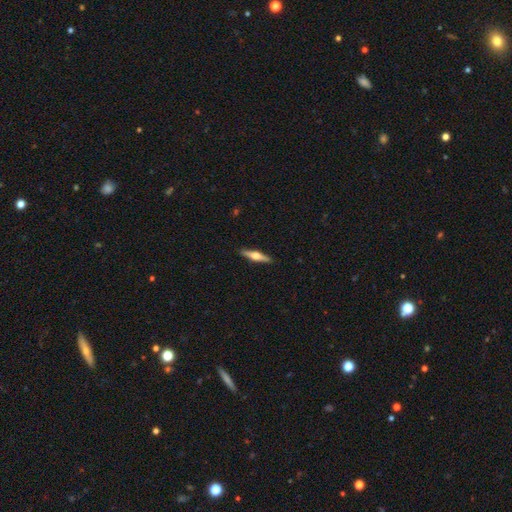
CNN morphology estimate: Smooth or featured?
  - featured or disk: 65% *
  - smooth: 29%
  - star or artifact: 5%
Edge-on disk?
  - yes: 97% *
  - no: 3%
Edge-on bulge?
  - rounded: 94% *
  - boxy: 4%
  - none: 2%
Merging?
  - none: 91% *
  - minor disturbance: 6%
  - major disturbance: 1%
  - merger: 1%